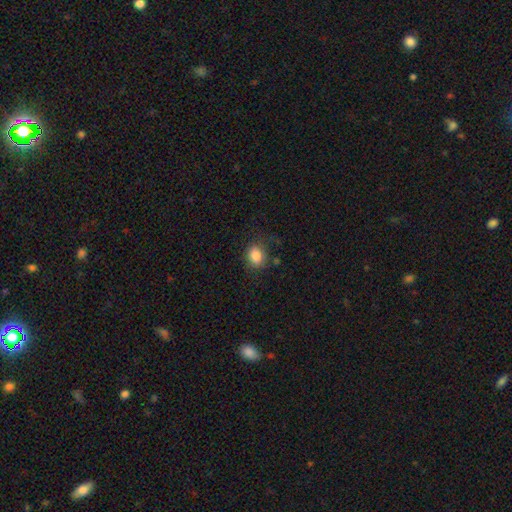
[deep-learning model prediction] Smooth or featured? Predicted: smooth (p=0.85). How rounded? Predicted: in between (p=0.52). Merging? Predicted: none (p=0.77).